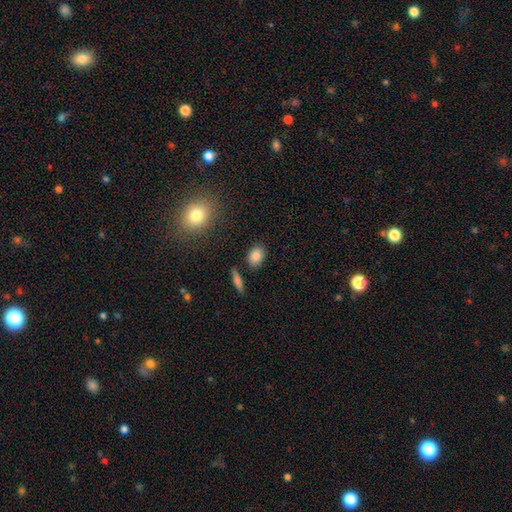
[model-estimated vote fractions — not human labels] Overall: smooth (85%). How rounded: in between (70%). Merging: none (84%).